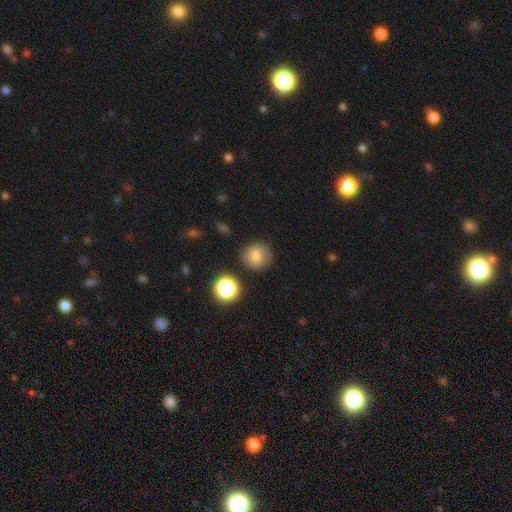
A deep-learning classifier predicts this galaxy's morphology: Smooth or featured? smooth (78%)
How rounded? round (89%)
Merging? none (81%)